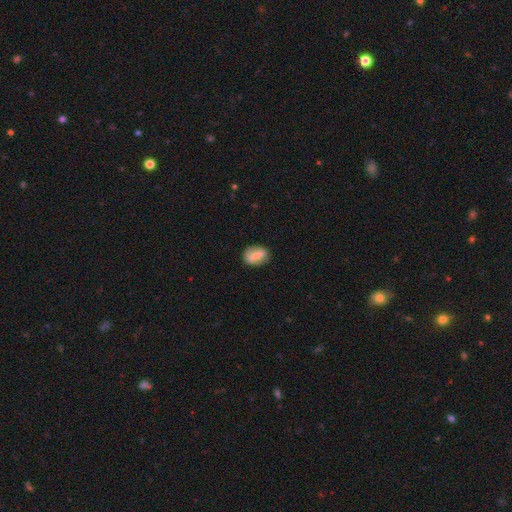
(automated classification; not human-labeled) A smooth galaxy with no disk features (58%) that is in between round and cigar-shaped (75%).

Vote fractions:
- Smooth or featured? smooth: 58% / featured or disk: 34% / star or artifact: 8%
- How rounded? in between: 75% / round: 20% / cigar-shaped: 5%
- Merging? none: 81% / minor disturbance: 14% / major disturbance: 4% / merger: 1%